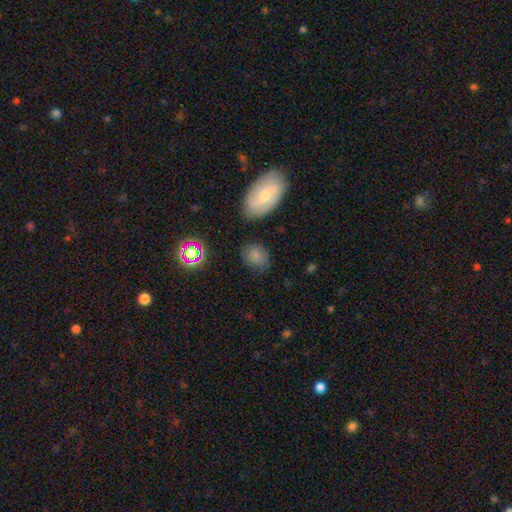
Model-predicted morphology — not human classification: This appears to be a smooth galaxy with no disk features (74%) that is in between round and cigar-shaped (52%). Merging: none (75%).